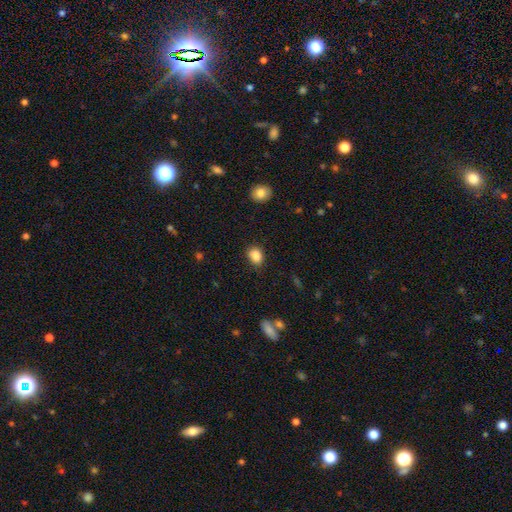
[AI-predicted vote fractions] Smooth or featured?
  - smooth: 87% *
  - star or artifact: 9%
  - featured or disk: 4%
How rounded?
  - in between: 60% *
  - round: 39%
  - cigar-shaped: 1%
Merging?
  - none: 79% *
  - minor disturbance: 16%
  - major disturbance: 3%
  - merger: 2%